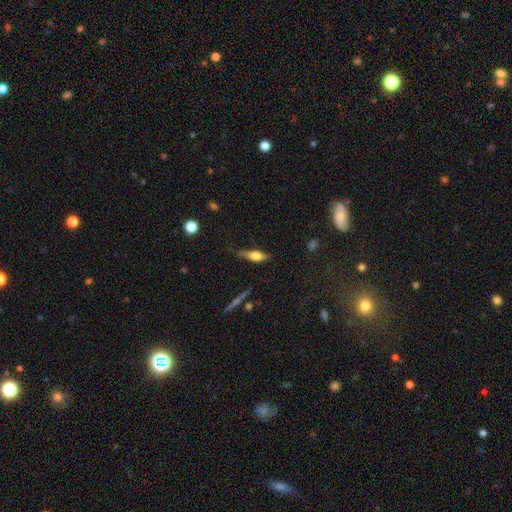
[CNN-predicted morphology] Overall: featured or disk (48%; smooth 43%). Merging: none (67%).